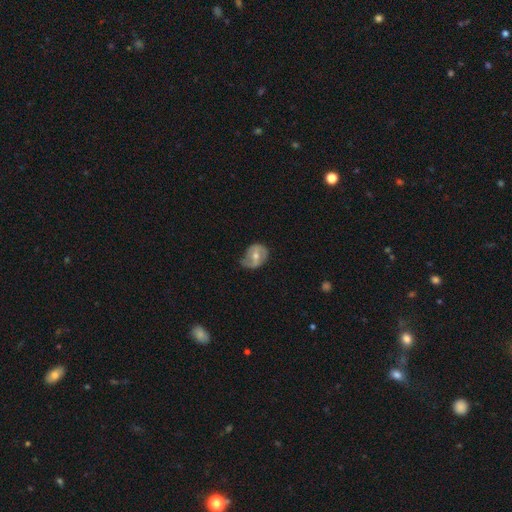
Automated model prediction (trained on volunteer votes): This appears to be a featured or disk galaxy (56%) with a weak bar (42%), spiral arms (61%) and a moderate central bulge (65%). Merging: none (50%).